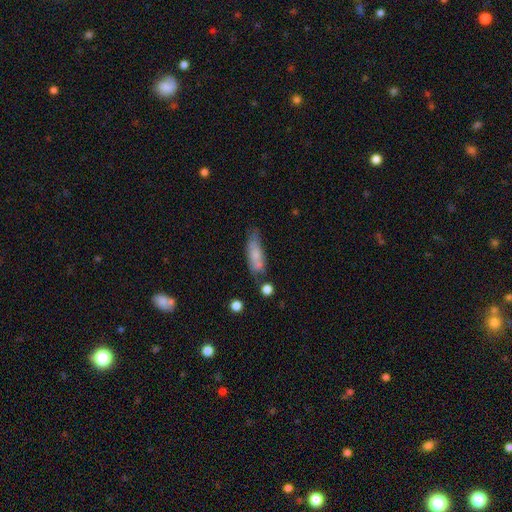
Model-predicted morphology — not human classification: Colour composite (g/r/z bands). It shows a smooth galaxy with no disk features (69%) that is cigar-shaped (49%). Merging: none (53%).